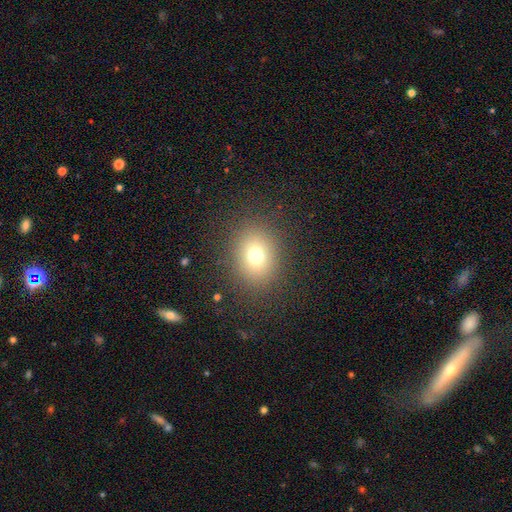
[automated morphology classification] Smooth or featured? Predicted: smooth (p=0.72). How rounded? Predicted: round (p=0.60). Merging? Predicted: none (p=0.86).